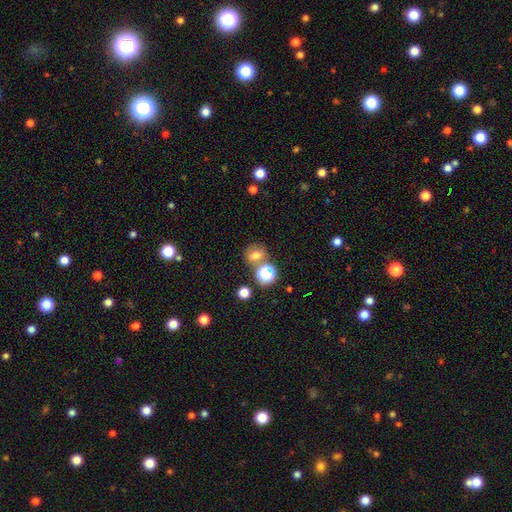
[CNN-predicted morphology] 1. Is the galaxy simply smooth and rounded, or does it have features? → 67% smooth, 22% star or artifact, 11% featured or disk.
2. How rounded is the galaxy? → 65% round, 34% in between, 1% cigar-shaped.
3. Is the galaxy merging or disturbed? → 64% none, 21% merger, 11% minor disturbance, 4% major disturbance.